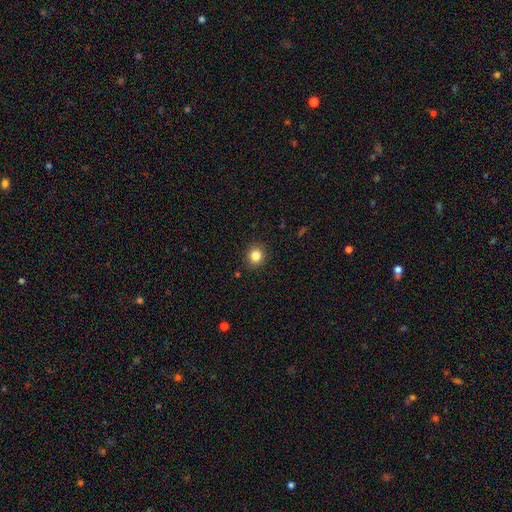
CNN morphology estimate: The model was most divided on "how rounded": round: 84%, in between: 15%, cigar-shaped: 1%. More confident: merging — none (90%); smooth or featured — smooth (84%).